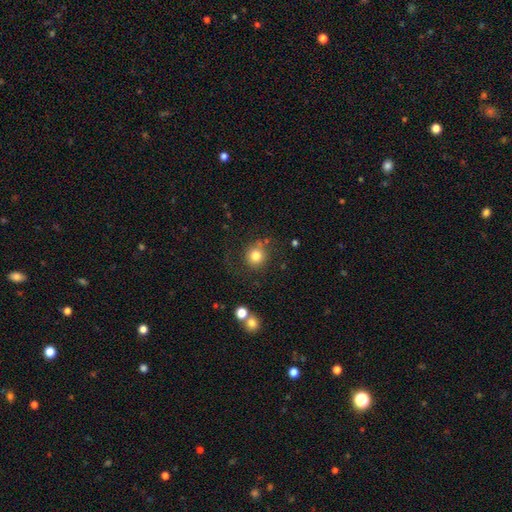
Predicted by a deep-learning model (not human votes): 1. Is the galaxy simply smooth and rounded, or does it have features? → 80% smooth, 12% star or artifact, 9% featured or disk.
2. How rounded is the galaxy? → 92% round, 8% in between, 1% cigar-shaped.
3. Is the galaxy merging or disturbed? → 77% none, 12% minor disturbance, 6% major disturbance, 6% merger.